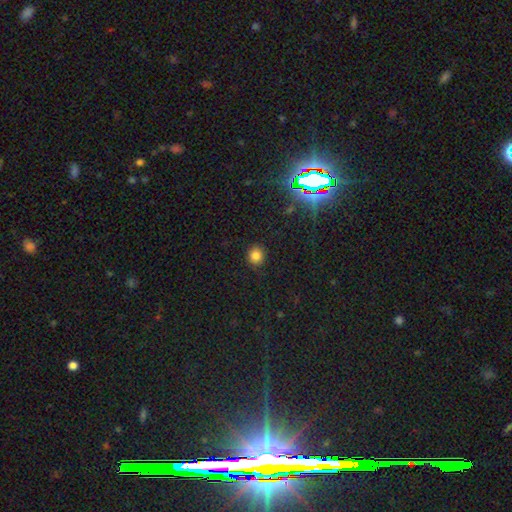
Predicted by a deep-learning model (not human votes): smooth_or_featured: smooth (p=0.80) [alt: star or artifact p=0.14]
how_rounded: round (p=0.82) [alt: in between p=0.17]
merging: none (p=0.89) [alt: minor disturbance p=0.08]